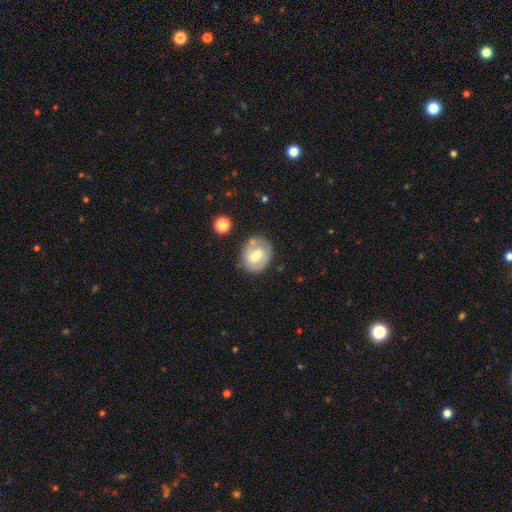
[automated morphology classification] featured or disk 61%, smooth 33%, star or artifact 6%. Down the decision tree: edge-on disk — no (97%); bar — weak (52%); spiral arms — yes (76%); bulge size — moderate (55%); merging — none (70%).